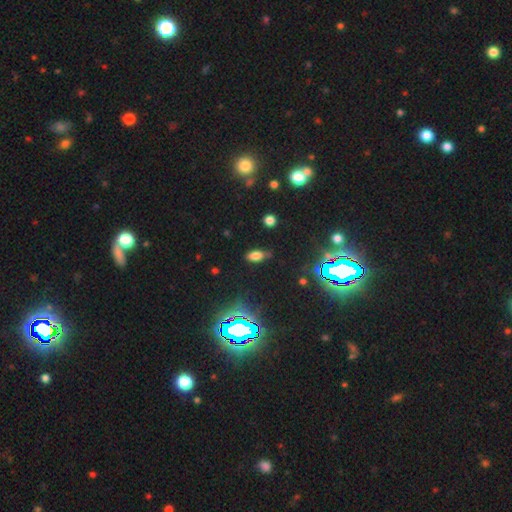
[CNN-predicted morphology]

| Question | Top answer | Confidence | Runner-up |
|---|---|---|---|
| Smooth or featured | smooth | 65% | star or artifact (24%) |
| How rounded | in between | 84% | cigar-shaped (11%) |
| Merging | none | 71% | minor disturbance (20%) |